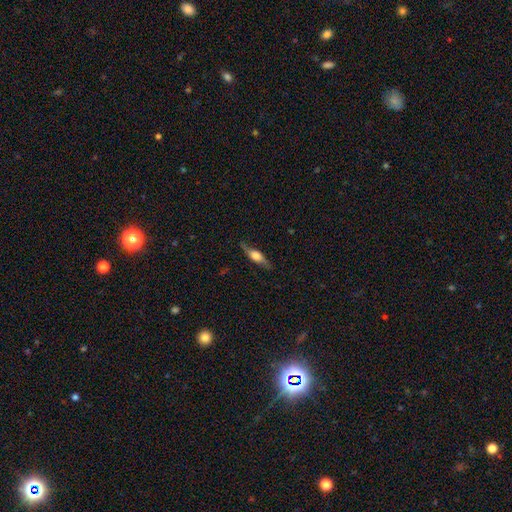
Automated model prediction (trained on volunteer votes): The model was most divided on "smooth or featured": featured or disk: 60%, smooth: 34%, star or artifact: 7%. More confident: edge-on disk — yes (83%); merging — none (76%).